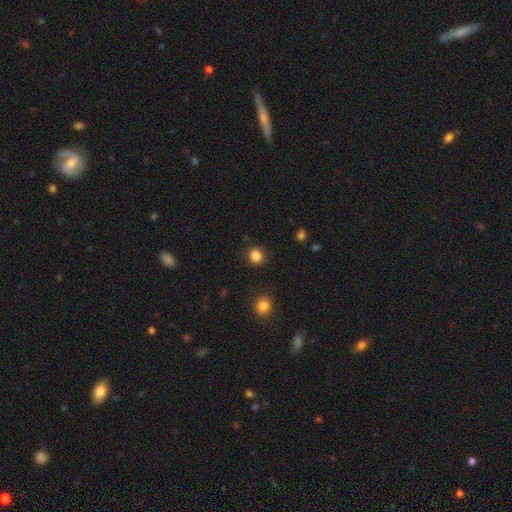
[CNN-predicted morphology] Smooth or featured?
  - smooth: 85% *
  - star or artifact: 12%
  - featured or disk: 4%
How rounded?
  - round: 86% *
  - in between: 13%
  - cigar-shaped: 1%
Merging?
  - none: 90% *
  - minor disturbance: 6%
  - major disturbance: 2%
  - merger: 2%